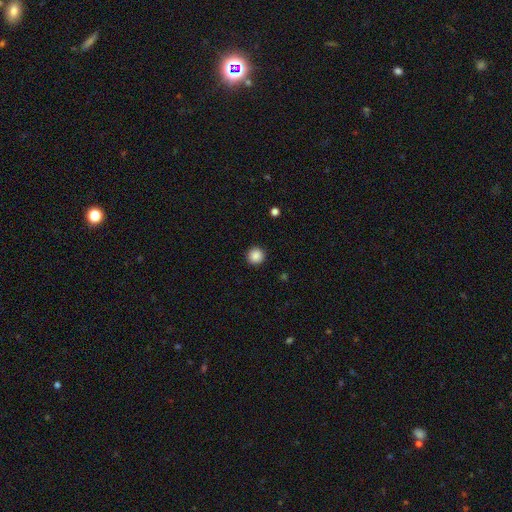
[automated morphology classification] type=smooth (87%); roundness=round (95%); merging=none (92%).